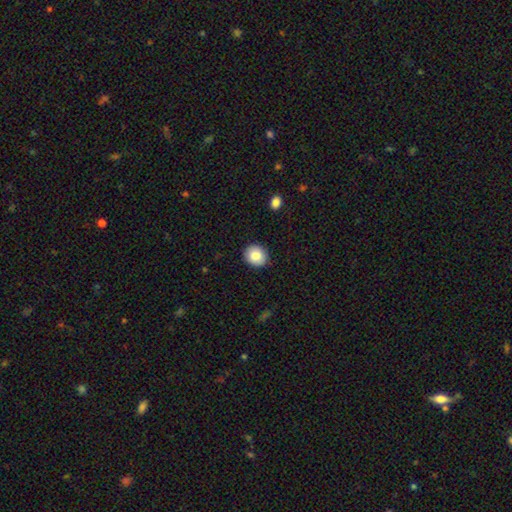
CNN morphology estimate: smooth-or-featured: smooth: 83% | featured or disk: 9% | star or artifact: 8%
  how-rounded: round: 75% | in between: 24% | cigar-shaped: 1%
  merging: none: 89% | minor disturbance: 8% | major disturbance: 2% | merger: 1%